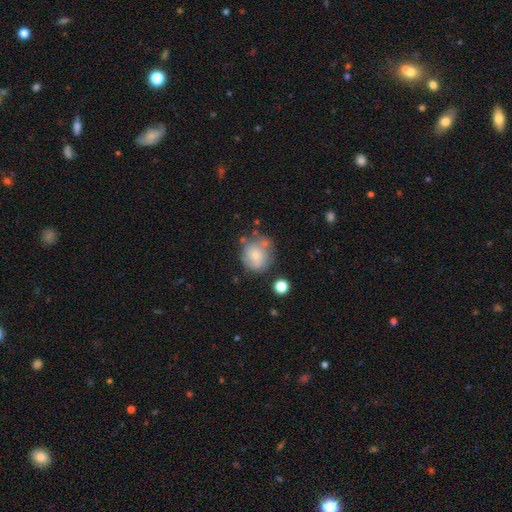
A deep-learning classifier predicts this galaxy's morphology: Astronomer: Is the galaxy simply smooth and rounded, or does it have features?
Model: smooth — 67%.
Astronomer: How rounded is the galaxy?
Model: round — 81%.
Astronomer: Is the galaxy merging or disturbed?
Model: none — 55%.